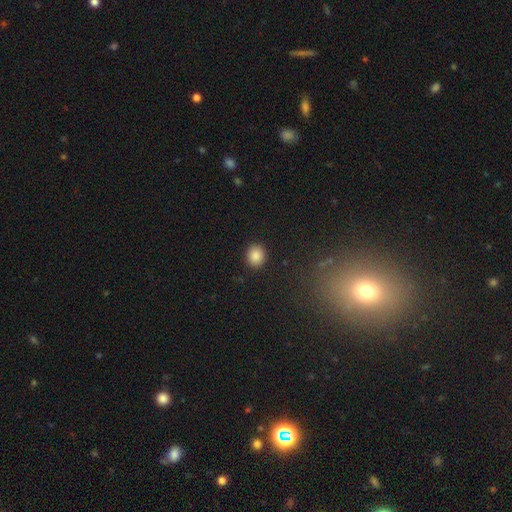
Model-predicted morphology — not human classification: smooth 87%, star or artifact 9%, featured or disk 4%. Down the decision tree: how rounded — round (79%); merging — none (91%).